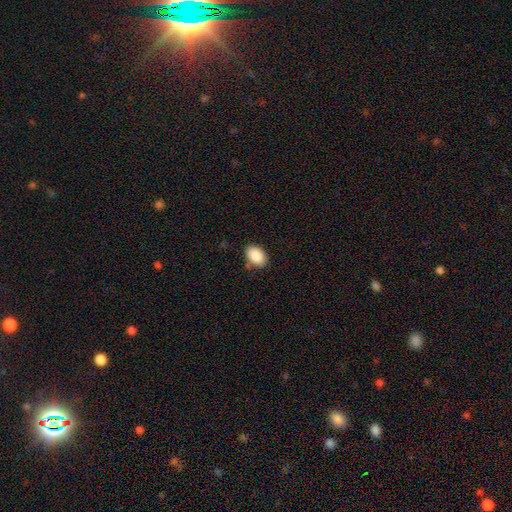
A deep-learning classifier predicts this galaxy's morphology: This appears to be a smooth galaxy with no disk features (89%) that is in between round and cigar-shaped (89%). Merging: none (83%).